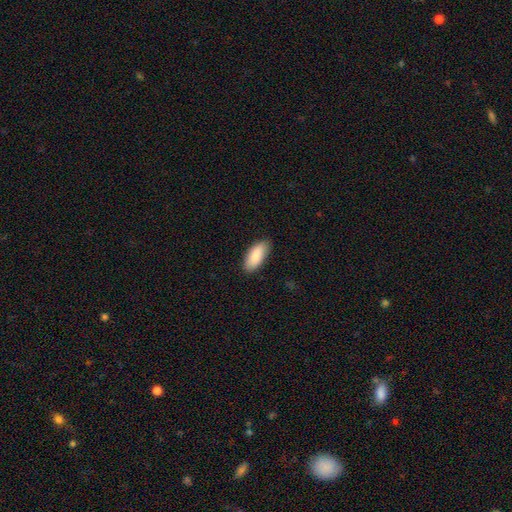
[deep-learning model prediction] This appears to be a smooth galaxy with no disk features (88%) that is in between round and cigar-shaped (87%). Merging: none (87%).